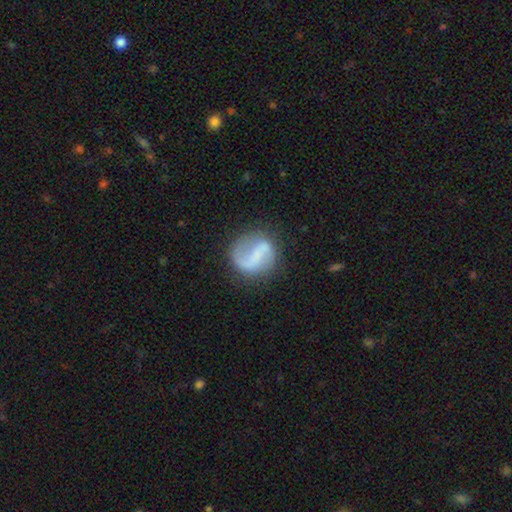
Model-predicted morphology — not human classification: This appears to be a featured or disk galaxy (70%) with a weak bar (39%), 2 (77%) loose (57%) spiral arms (86%) and no central bulge (48%). Merging: none (69%).